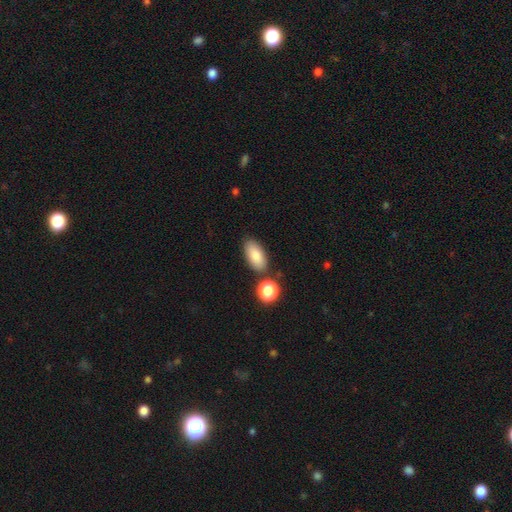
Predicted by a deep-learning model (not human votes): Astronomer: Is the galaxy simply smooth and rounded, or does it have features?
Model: smooth — 83%.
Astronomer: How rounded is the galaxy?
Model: in between — 89%.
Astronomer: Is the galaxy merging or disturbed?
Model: none — 79%.